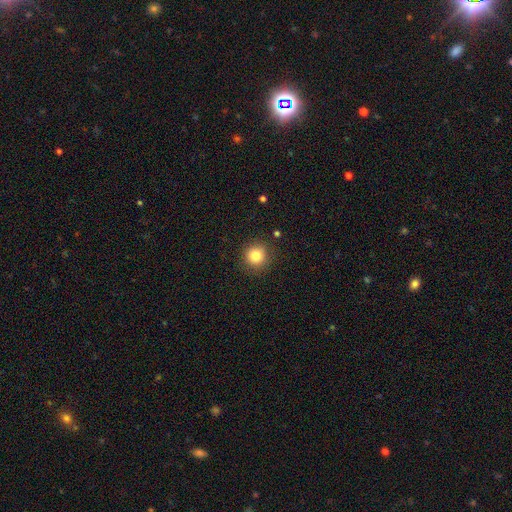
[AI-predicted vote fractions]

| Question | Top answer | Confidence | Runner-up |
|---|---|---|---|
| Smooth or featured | smooth | 83% | star or artifact (11%) |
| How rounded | round | 92% | in between (7%) |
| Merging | none | 88% | minor disturbance (8%) |